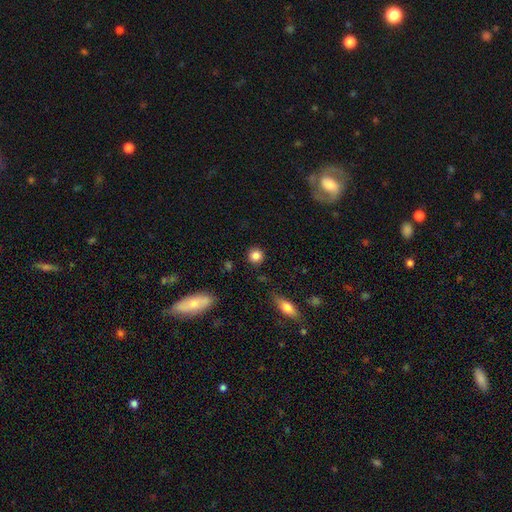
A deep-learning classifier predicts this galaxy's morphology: Smooth or featured: smooth — 85% (star or artifact — 10%)
How rounded: round — 92% (in between — 7%)
Merging: none — 89% (minor disturbance — 7%)